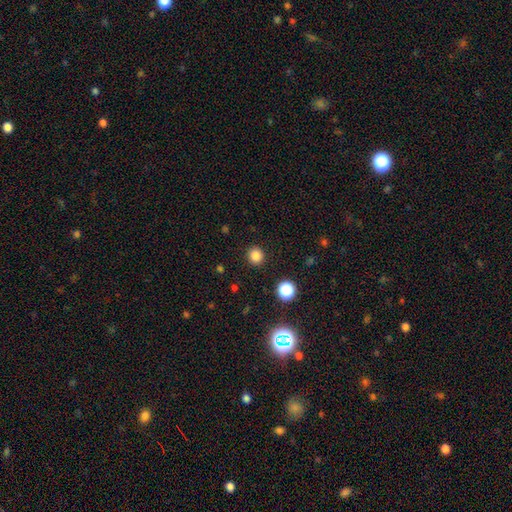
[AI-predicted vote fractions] Smooth or featured? smooth (82%)
How rounded? round (89%)
Merging? none (91%)